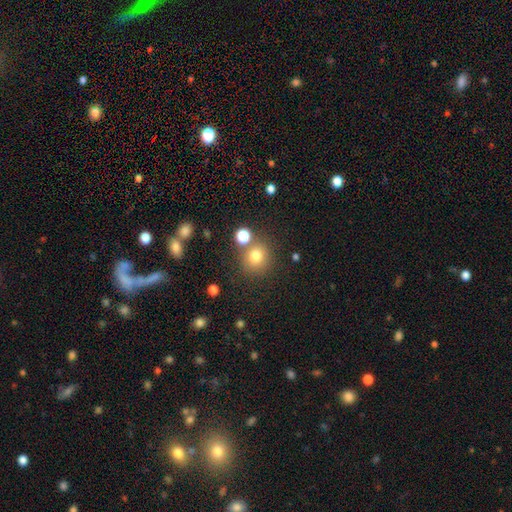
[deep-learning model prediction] smooth-or-featured: smooth: 77% | star or artifact: 15% | featured or disk: 8%
  how-rounded: round: 88% | in between: 11% | cigar-shaped: 1%
  merging: none: 72% | merger: 14% | minor disturbance: 10% | major disturbance: 4%